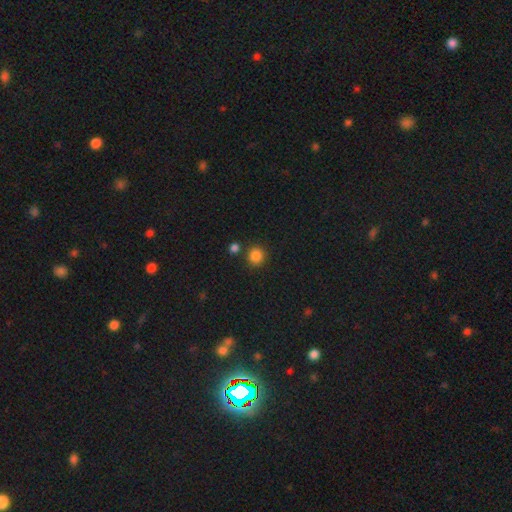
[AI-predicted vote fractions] This is clearly a smooth galaxy (86%). How rounded: clearly round (90%). Merging: clearly none (82%).